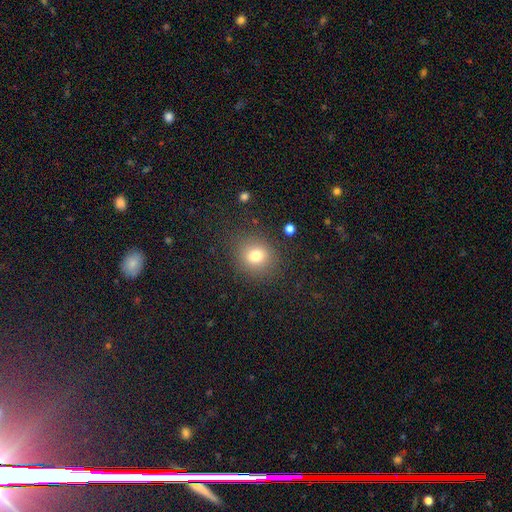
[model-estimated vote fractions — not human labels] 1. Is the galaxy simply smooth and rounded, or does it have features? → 77% smooth, 13% star or artifact, 9% featured or disk.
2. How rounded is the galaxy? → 76% round, 23% in between, 1% cigar-shaped.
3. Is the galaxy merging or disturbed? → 85% none, 9% minor disturbance, 4% major disturbance, 2% merger.